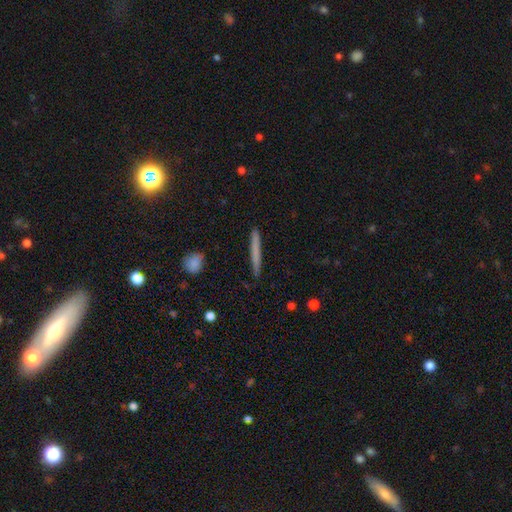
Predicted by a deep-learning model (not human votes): A smooth galaxy with no disk features (65%) that is cigar-shaped (96%).

Vote fractions:
- Smooth or featured? smooth: 65% / featured or disk: 29% / star or artifact: 7%
- How rounded? cigar-shaped: 96% / in between: 2% / round: 2%
- Merging? none: 90% / minor disturbance: 7% / major disturbance: 1% / merger: 1%